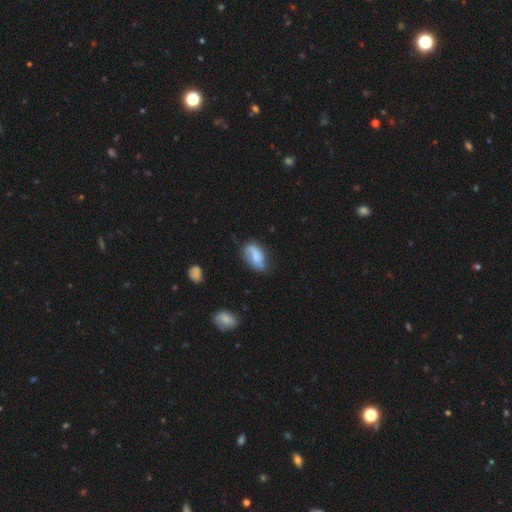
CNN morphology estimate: This appears to be a smooth galaxy with no disk features (60%) that is in between round and cigar-shaped (90%). Merging: none (54%).